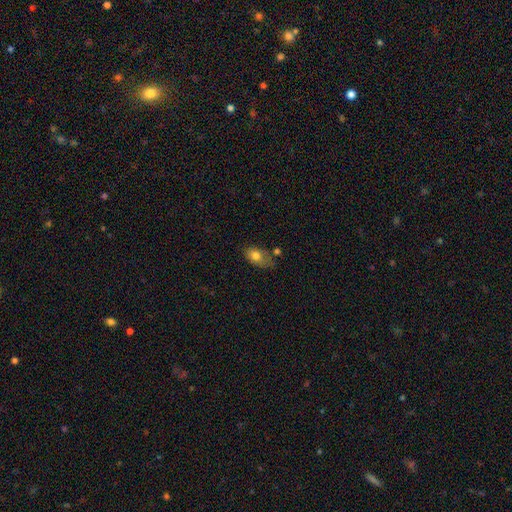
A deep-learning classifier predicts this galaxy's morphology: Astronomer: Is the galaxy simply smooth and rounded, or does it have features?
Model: smooth — 76%.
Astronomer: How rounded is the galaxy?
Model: in between — 85%.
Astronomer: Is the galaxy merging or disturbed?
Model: none — 51% (runner-up: minor disturbance, 29%).